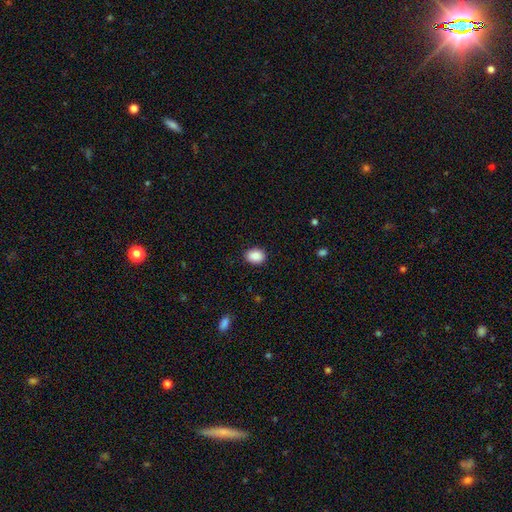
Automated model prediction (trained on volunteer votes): smooth_or_featured: smooth (p=0.89) [alt: star or artifact p=0.08]
how_rounded: in between (p=0.55) [alt: round p=0.44]
merging: none (p=0.89) [alt: minor disturbance p=0.08]